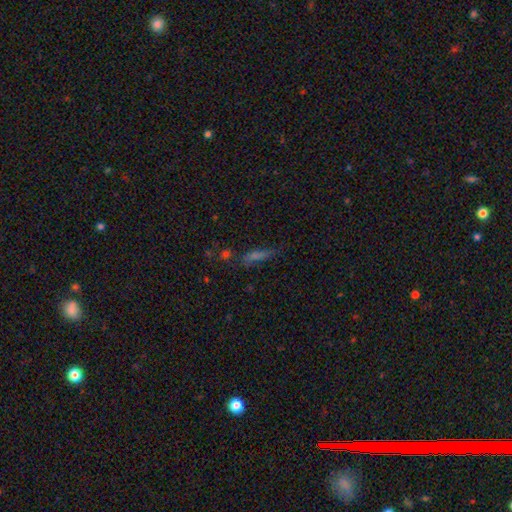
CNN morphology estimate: A smooth galaxy with no disk features (47%).

Vote fractions:
- Smooth or featured? smooth: 47% / featured or disk: 28% / star or artifact: 25%
- Merging? none: 63% / minor disturbance: 21% / major disturbance: 10% / merger: 7%